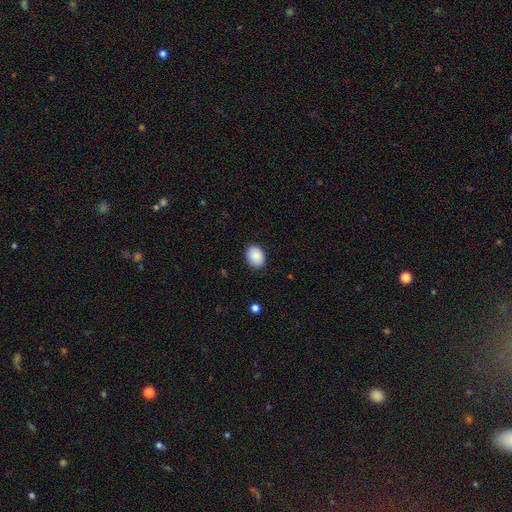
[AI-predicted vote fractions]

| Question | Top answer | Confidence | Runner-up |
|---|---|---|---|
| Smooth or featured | smooth | 89% | star or artifact (7%) |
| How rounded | in between | 60% | round (39%) |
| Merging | none | 87% | minor disturbance (9%) |